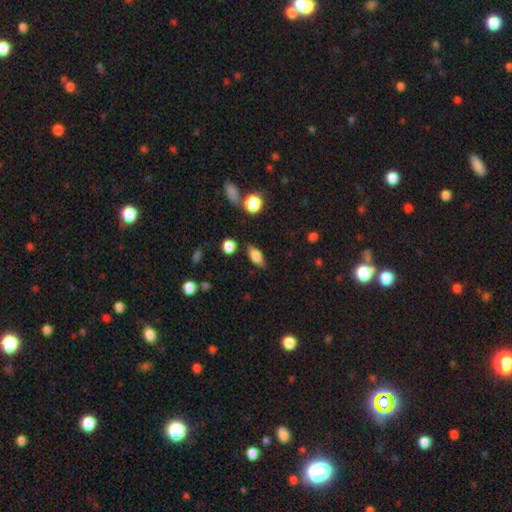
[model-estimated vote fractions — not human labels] This is likely a smooth galaxy (63%). How rounded: likely in between (72%). Merging: likely none (80%).